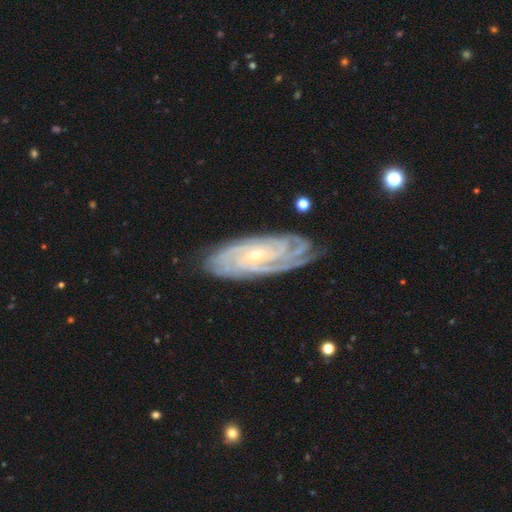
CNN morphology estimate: Smooth or featured: featured or disk — 89% (smooth — 6%)
Edge-on disk: no — 93% (yes — 7%)
Bar: no — 57% (weak — 31%)
Spiral arms: yes — 98% (no — 2%)
Spiral winding: tight — 80% (medium — 17%)
Spiral arm count: 4 — 29% (can't tell — 21%)
Bulge size: small — 76% (moderate — 20%)
Merging: none — 78% (minor disturbance — 16%)